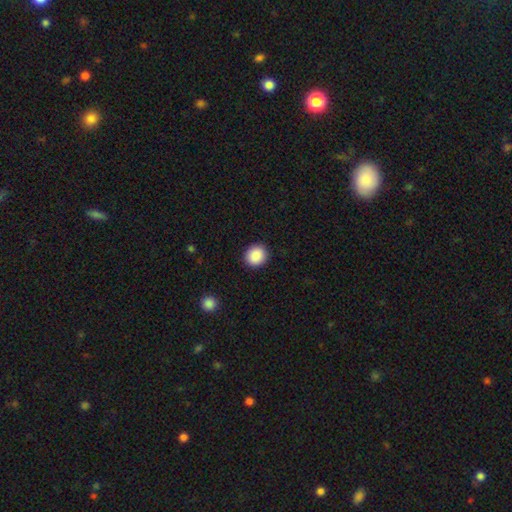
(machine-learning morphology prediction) Smooth or featured? Predicted: smooth (p=0.89). How rounded? Predicted: round (p=0.85). Merging? Predicted: none (p=0.91).